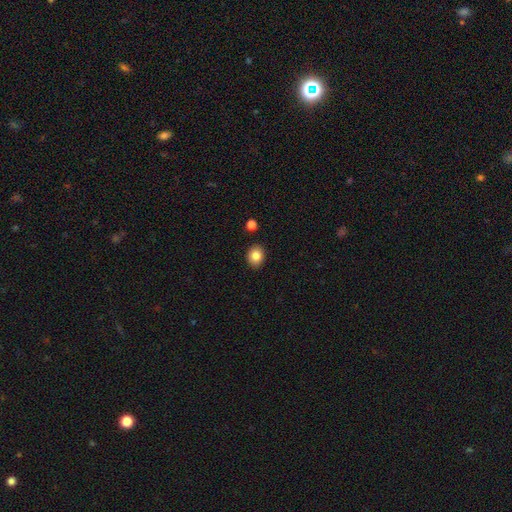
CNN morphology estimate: Smooth or featured: smooth — 85% (star or artifact — 9%)
How rounded: round — 51% (in between — 48%)
Merging: none — 89% (minor disturbance — 7%)